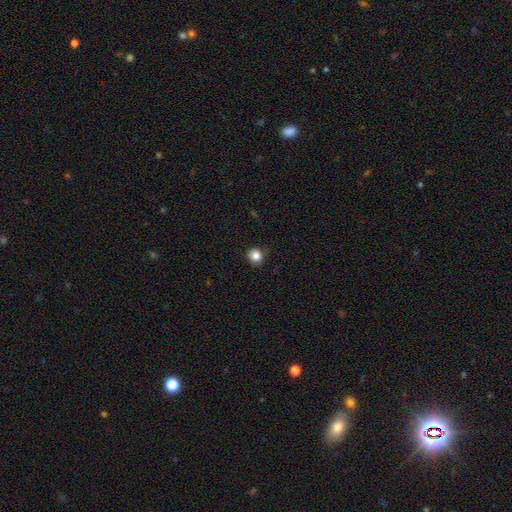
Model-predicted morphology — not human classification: Smooth or featured? smooth (84%)
How rounded? round (89%)
Merging? none (84%)